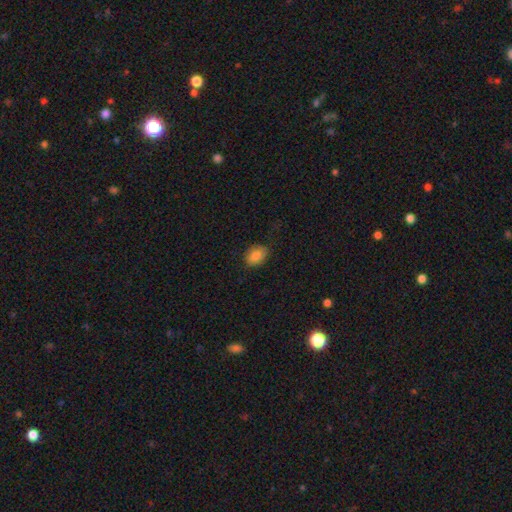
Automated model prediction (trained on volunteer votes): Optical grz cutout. It shows a smooth galaxy with no disk features (85%) that is in between round and cigar-shaped (68%). Merging: none (82%).